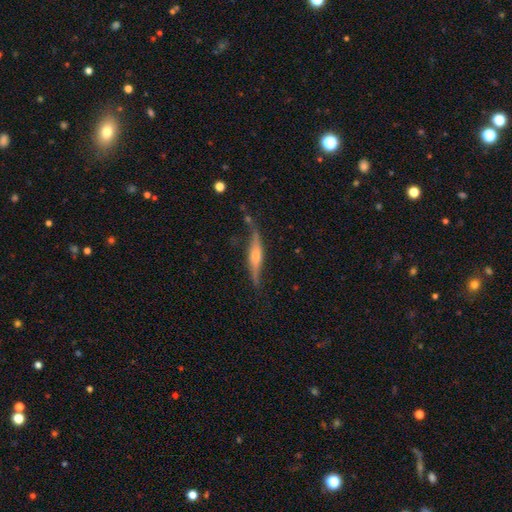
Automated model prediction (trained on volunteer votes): featured or disk 68%, smooth 26%, star or artifact 6%. Down the decision tree: edge-on disk — yes (83%); edge-on bulge — rounded (74%); merging — none (62%).